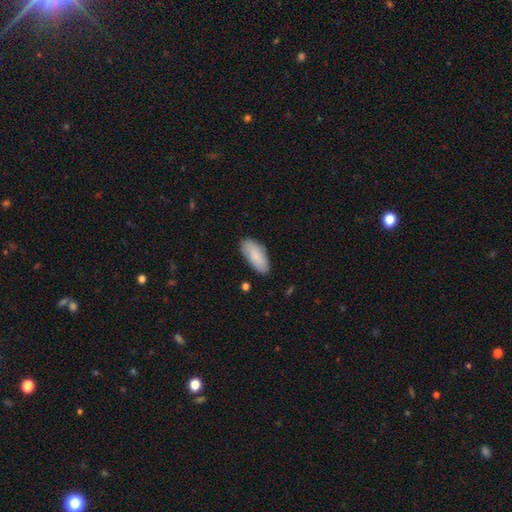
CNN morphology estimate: smooth-or-featured: smooth: 84% | featured or disk: 10% | star or artifact: 6%
  how-rounded: in between: 87% | cigar-shaped: 11% | round: 2%
  merging: none: 83% | minor disturbance: 13% | major disturbance: 2% | merger: 1%